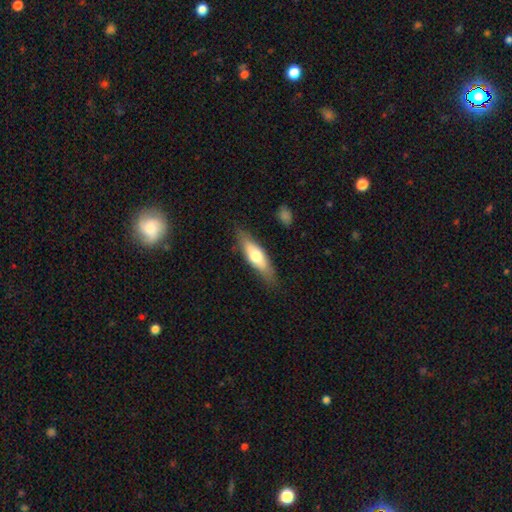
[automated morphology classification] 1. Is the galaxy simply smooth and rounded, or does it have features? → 58% smooth, 37% featured or disk, 6% star or artifact.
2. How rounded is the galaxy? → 53% cigar-shaped, 45% in between, 2% round.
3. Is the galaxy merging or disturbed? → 81% none, 14% minor disturbance, 3% major disturbance, 2% merger.